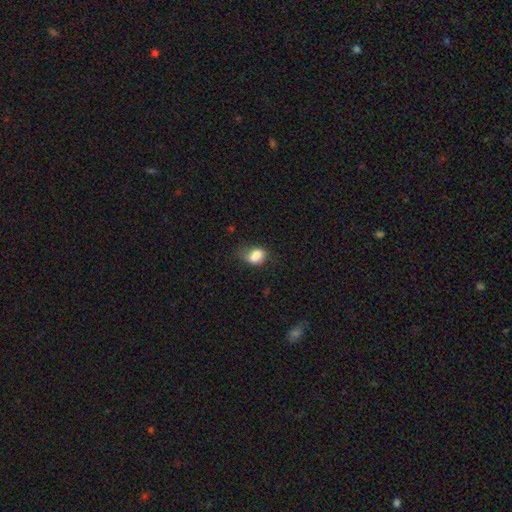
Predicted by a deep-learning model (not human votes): smooth-or-featured: smooth: 76% | featured or disk: 14% | star or artifact: 10%
  how-rounded: in between: 68% | round: 30% | cigar-shaped: 2%
  merging: none: 36% | minor disturbance: 30% | merger: 19% | major disturbance: 15%